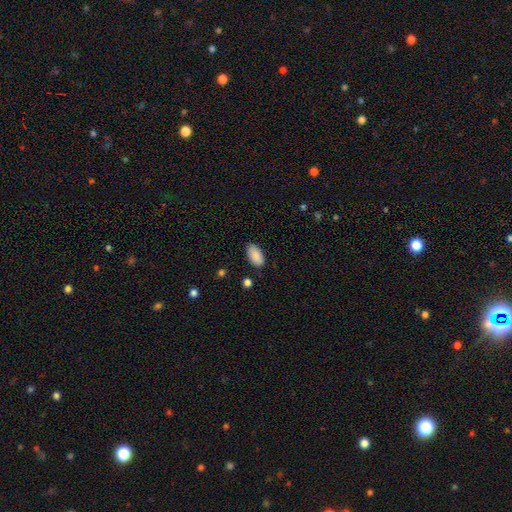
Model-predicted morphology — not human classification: Q: Smooth or featured?
A: smooth (89%); runner-up: star or artifact (7%)
Q: How rounded?
A: in between (95%); runner-up: round (3%)
Q: Merging?
A: none (83%); runner-up: minor disturbance (13%)